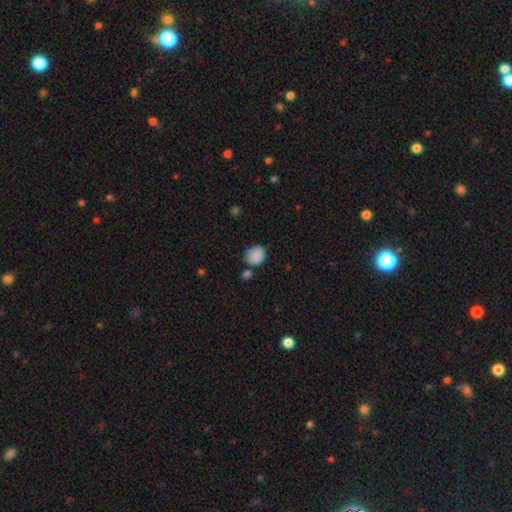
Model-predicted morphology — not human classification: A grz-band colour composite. It shows a smooth galaxy with no disk features (86%) that is round (53%). Merging: none (61%).